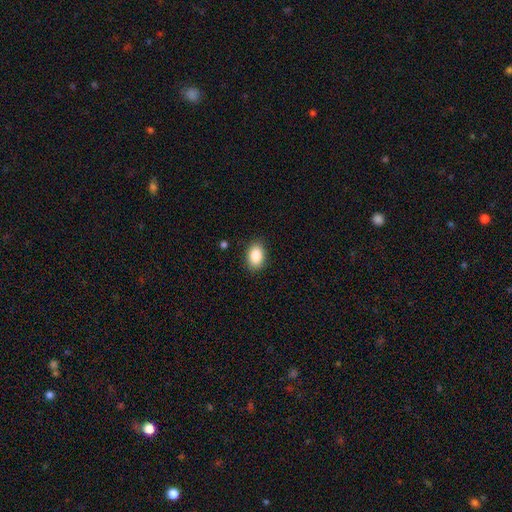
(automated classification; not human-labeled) smooth_or_featured: smooth (p=0.87) [alt: star or artifact p=0.08]
how_rounded: in between (p=0.84) [alt: round p=0.14]
merging: none (p=0.88) [alt: minor disturbance p=0.09]